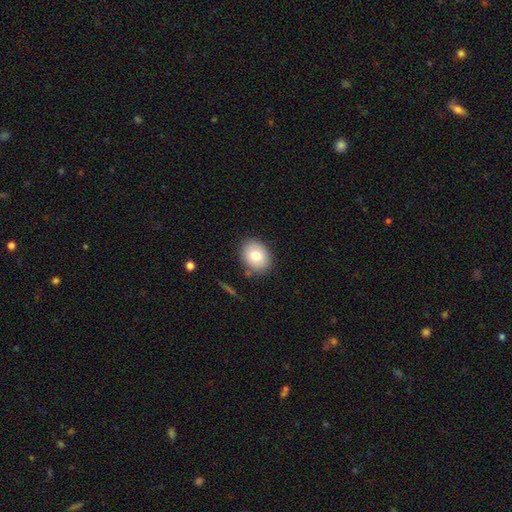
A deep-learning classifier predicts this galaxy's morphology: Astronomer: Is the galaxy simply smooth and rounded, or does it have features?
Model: smooth — 77%.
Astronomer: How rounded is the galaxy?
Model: in between — 54% (runner-up: round, 45%).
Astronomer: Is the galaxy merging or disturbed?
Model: none — 85%.